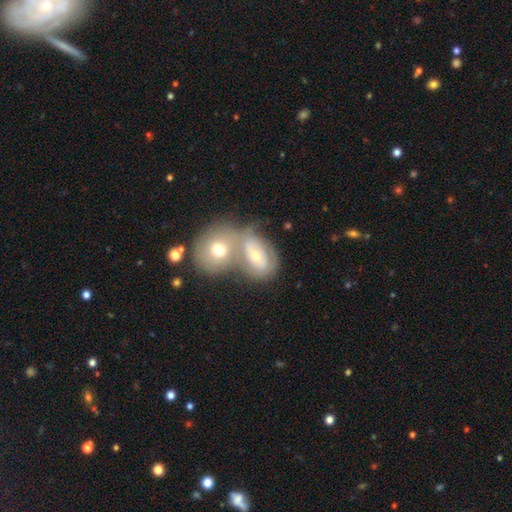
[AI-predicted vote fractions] This appears to be a smooth galaxy with no disk features (46%). Merging: merger (58%).